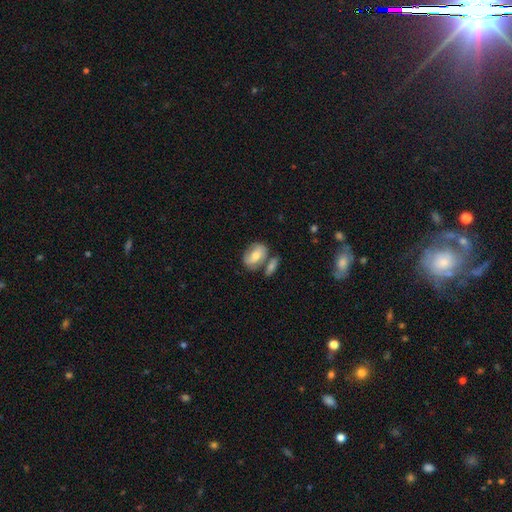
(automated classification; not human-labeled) Overall: smooth (63%; featured or disk 30%). How rounded: in between (78%). Merging: none (49%; merger 30%).